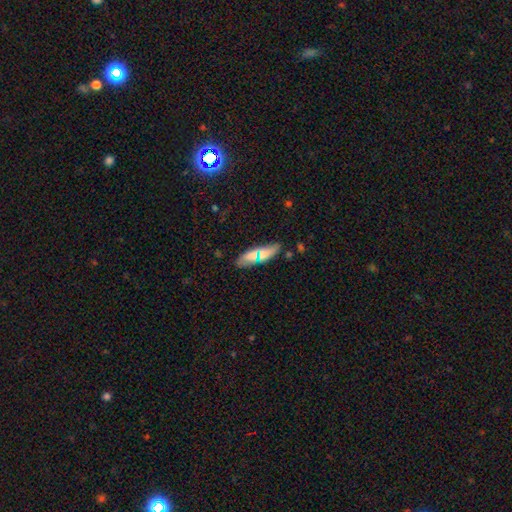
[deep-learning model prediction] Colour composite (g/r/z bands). It shows a smooth galaxy with no disk features (66%) that is cigar-shaped (56%). Merging: none (80%).